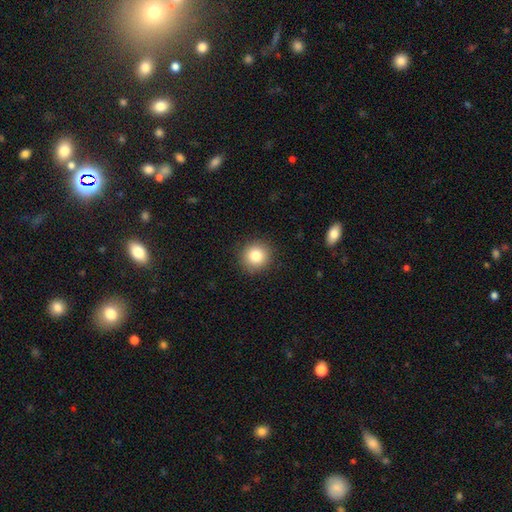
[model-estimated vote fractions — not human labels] The model was most divided on "smooth or featured": smooth: 83%, star or artifact: 10%, featured or disk: 7%. More confident: how rounded — round (92%); merging — none (90%).